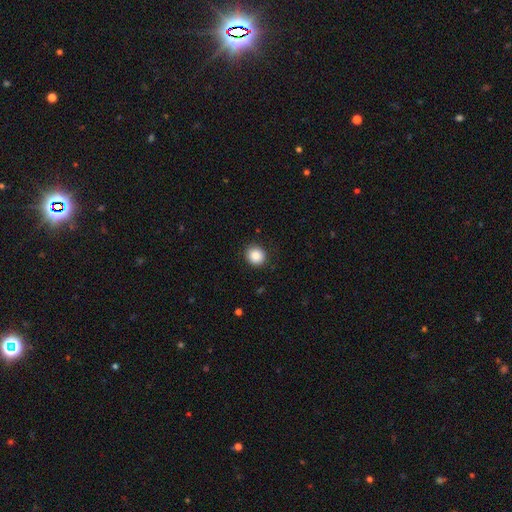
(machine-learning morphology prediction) Smooth or featured? smooth (87%)
How rounded? round (86%)
Merging? none (89%)